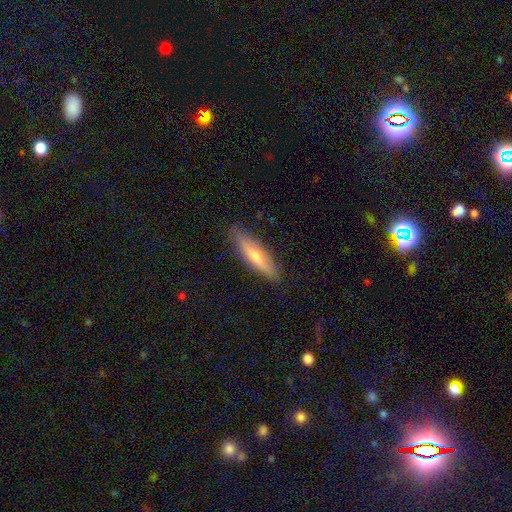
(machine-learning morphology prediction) type=smooth (48%); merging=none (85%).